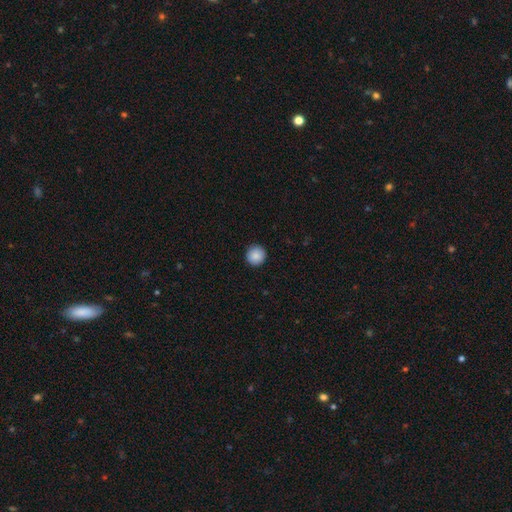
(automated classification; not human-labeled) This appears to be a smooth galaxy with no disk features (88%) that is round (94%). Merging: none (93%).